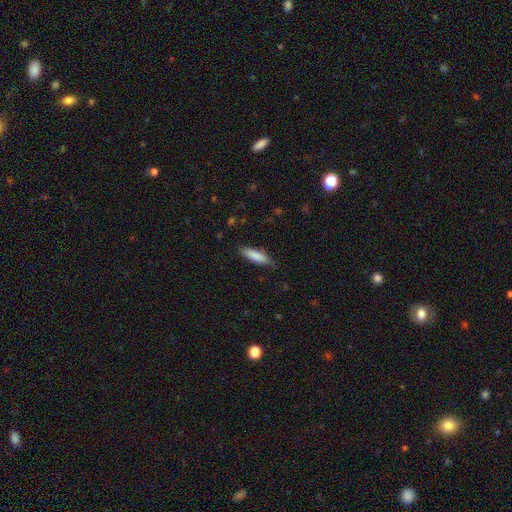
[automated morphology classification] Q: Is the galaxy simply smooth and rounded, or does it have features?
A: smooth — 83%.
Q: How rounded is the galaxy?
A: cigar-shaped — 62%.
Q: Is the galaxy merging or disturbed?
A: none — 81%.